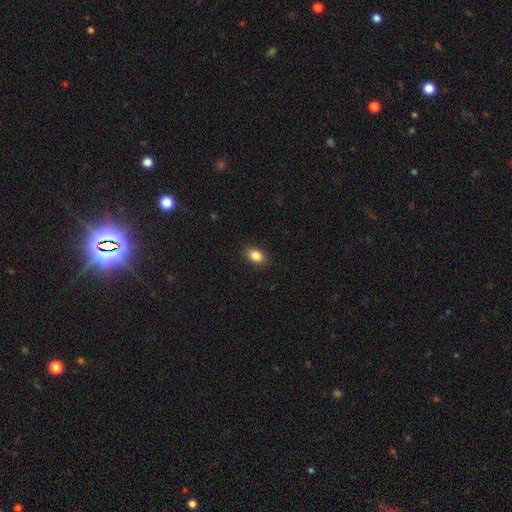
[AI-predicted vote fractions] A smooth galaxy with no disk features (86%) that is in between round and cigar-shaped (85%). Merging: none (89%).